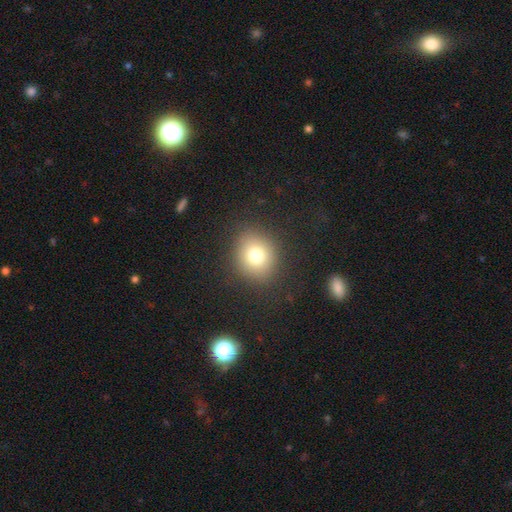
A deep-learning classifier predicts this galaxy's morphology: Overall: smooth (77%). How rounded: round (78%). Merging: none (88%).